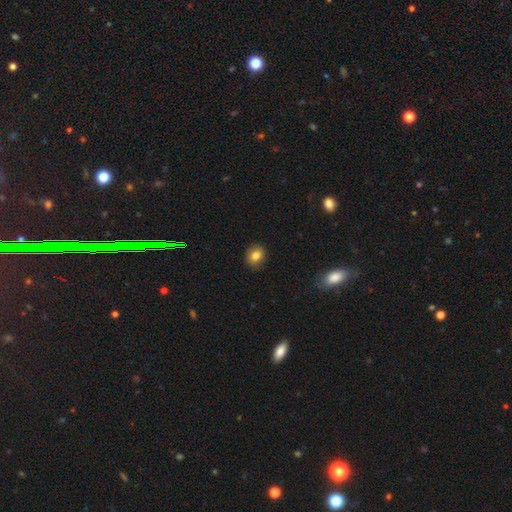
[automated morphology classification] A smooth galaxy with no disk features (83%) that is round (61%).

Vote fractions:
- Smooth or featured? smooth: 83% / star or artifact: 10% / featured or disk: 7%
- How rounded? round: 61% / in between: 38% / cigar-shaped: 1%
- Merging? none: 88% / minor disturbance: 9% / major disturbance: 2% / merger: 1%